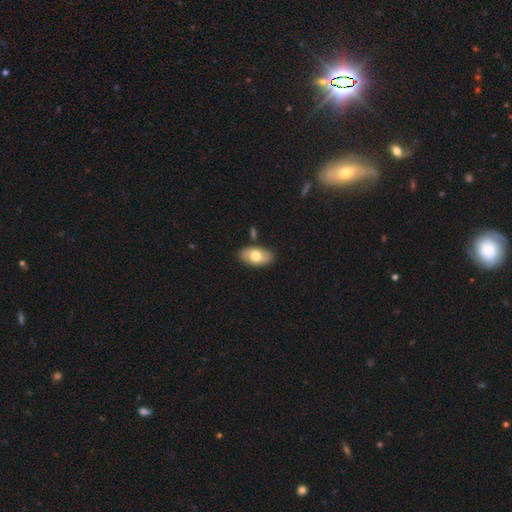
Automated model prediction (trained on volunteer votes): A smooth galaxy with no disk features (72%) that is in between round and cigar-shaped (94%). Merging: none (83%).